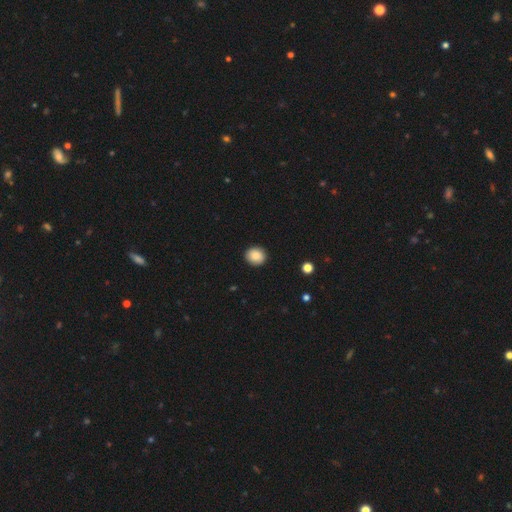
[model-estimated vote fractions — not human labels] A smooth galaxy with no disk features (88%) that is round (78%). Merging: none (91%).